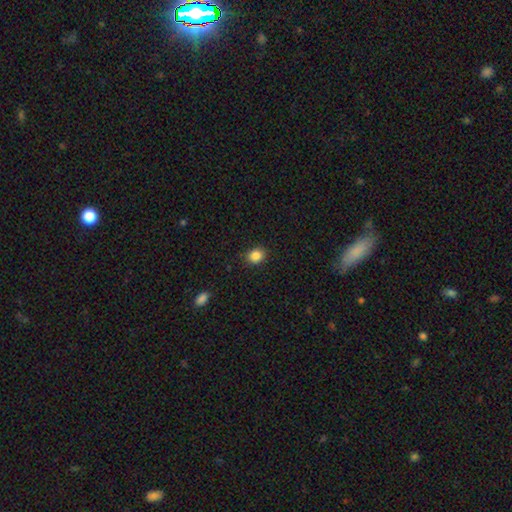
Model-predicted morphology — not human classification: Smooth or featured? smooth (86%)
How rounded? round (65%)
Merging? none (90%)